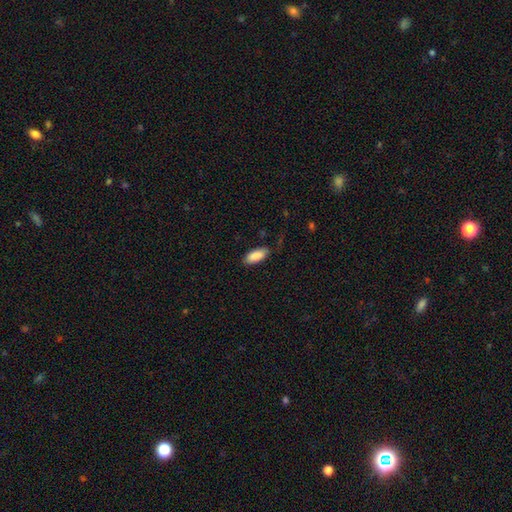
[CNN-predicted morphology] Q: Smooth or featured?
A: smooth (89%); runner-up: star or artifact (6%)
Q: How rounded?
A: in between (86%); runner-up: cigar-shaped (13%)
Q: Merging?
A: none (76%); runner-up: minor disturbance (18%)